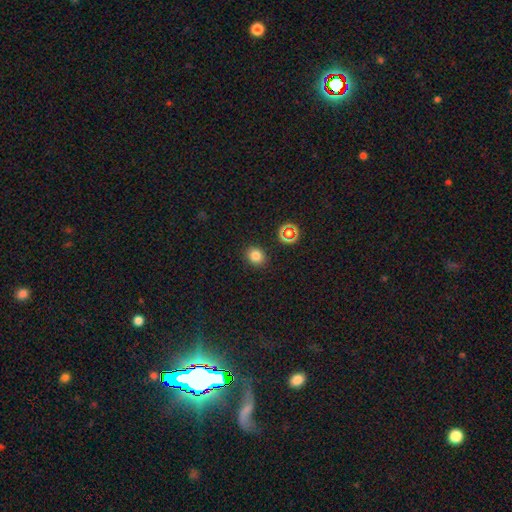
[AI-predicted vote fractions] Q: Smooth or featured?
A: smooth (80%); runner-up: star or artifact (15%)
Q: How rounded?
A: round (69%); runner-up: in between (30%)
Q: Merging?
A: none (89%); runner-up: minor disturbance (7%)